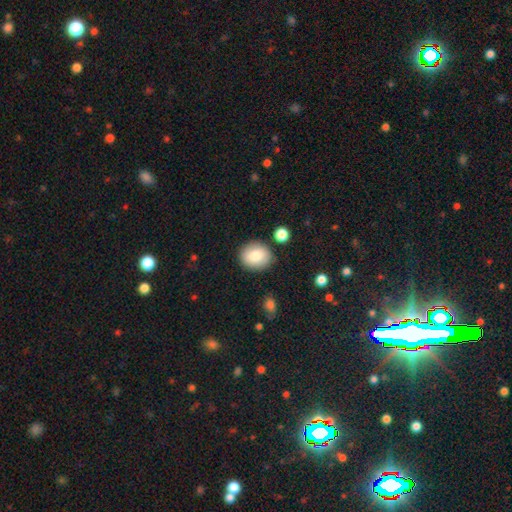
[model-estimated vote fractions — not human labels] Smooth or featured: smooth — 82% (featured or disk — 10%)
How rounded: round — 67% (in between — 32%)
Merging: none — 85% (minor disturbance — 10%)